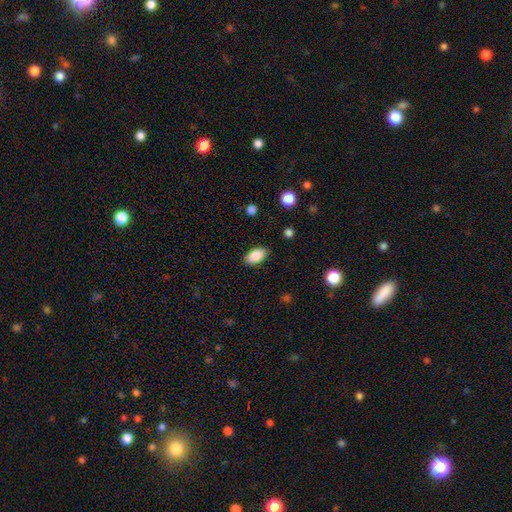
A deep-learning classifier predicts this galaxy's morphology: Smooth or featured?
  - smooth: 87% *
  - star or artifact: 7%
  - featured or disk: 6%
How rounded?
  - in between: 93% *
  - round: 4%
  - cigar-shaped: 3%
Merging?
  - none: 87% *
  - minor disturbance: 10%
  - major disturbance: 2%
  - merger: 1%